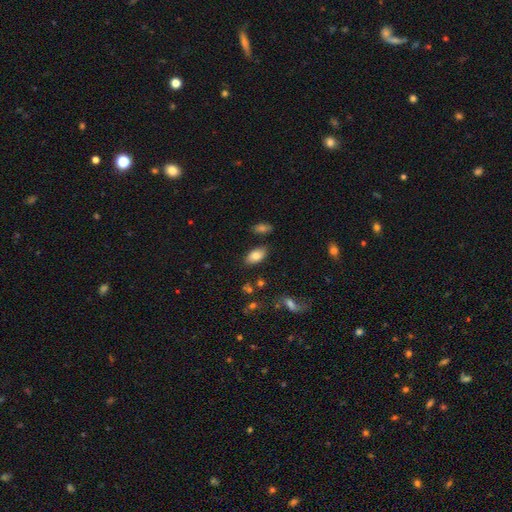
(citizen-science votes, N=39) Overall: smooth (90%). How rounded: in between (97%). Merging: none (82%).